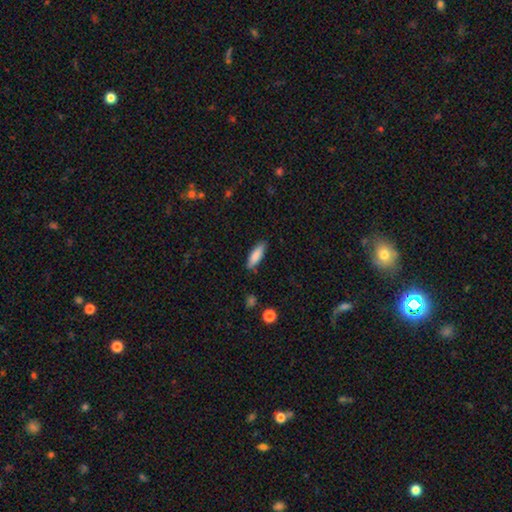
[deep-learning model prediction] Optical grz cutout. It shows a smooth galaxy with no disk features (84%) that is cigar-shaped (50%). Merging: none (83%).